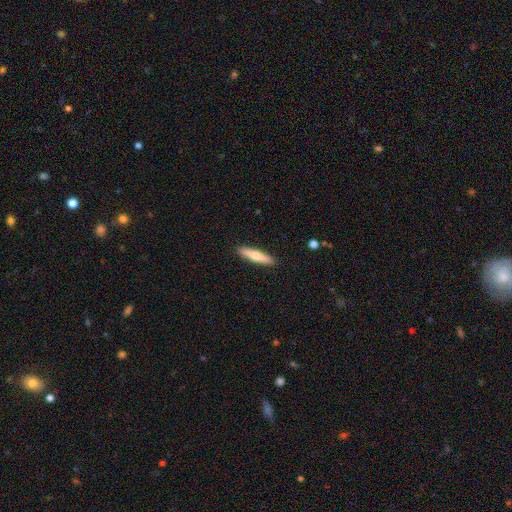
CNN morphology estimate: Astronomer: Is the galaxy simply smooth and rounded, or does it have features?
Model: smooth — 62%.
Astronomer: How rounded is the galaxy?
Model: cigar-shaped — 85%.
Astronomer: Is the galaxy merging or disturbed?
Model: none — 91%.